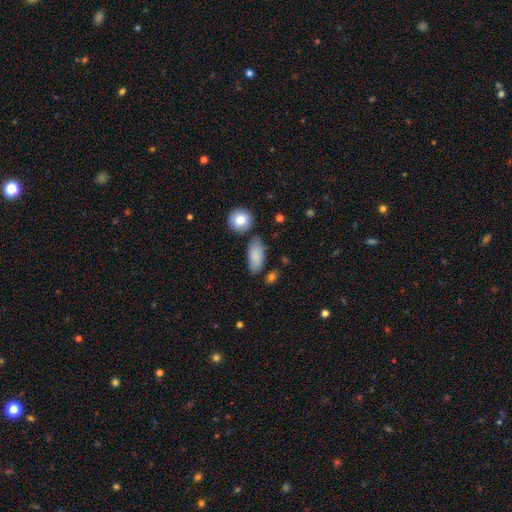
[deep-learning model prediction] Q: Smooth or featured?
A: smooth (86%); runner-up: featured or disk (8%)
Q: How rounded?
A: in between (89%); runner-up: cigar-shaped (7%)
Q: Merging?
A: none (75%); runner-up: minor disturbance (15%)